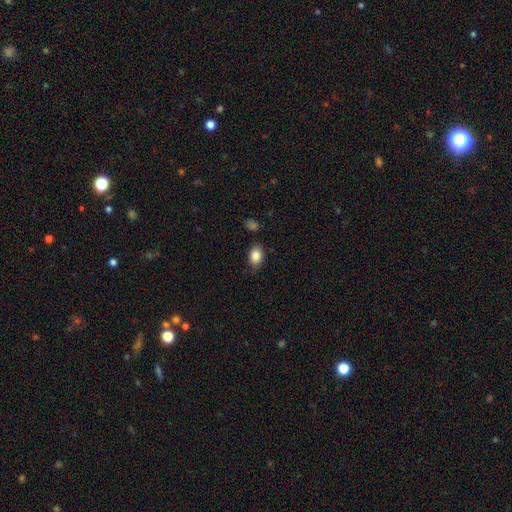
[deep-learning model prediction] smooth 86%, star or artifact 8%, featured or disk 6%. Down the decision tree: how rounded — in between (81%); merging — none (78%).